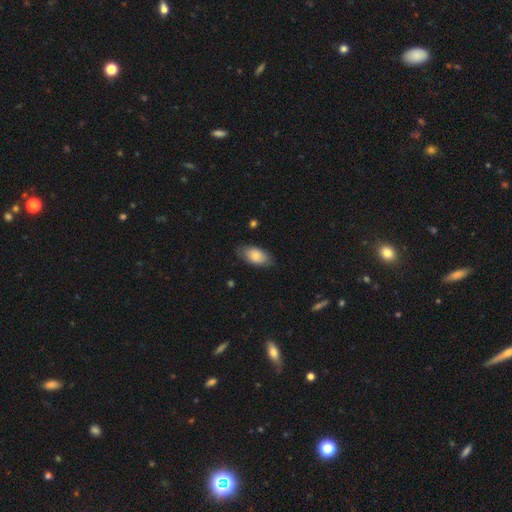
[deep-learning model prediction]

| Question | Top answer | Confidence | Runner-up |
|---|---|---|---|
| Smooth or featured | smooth | 83% | featured or disk (11%) |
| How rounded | in between | 92% | cigar-shaped (4%) |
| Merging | none | 76% | minor disturbance (19%) |